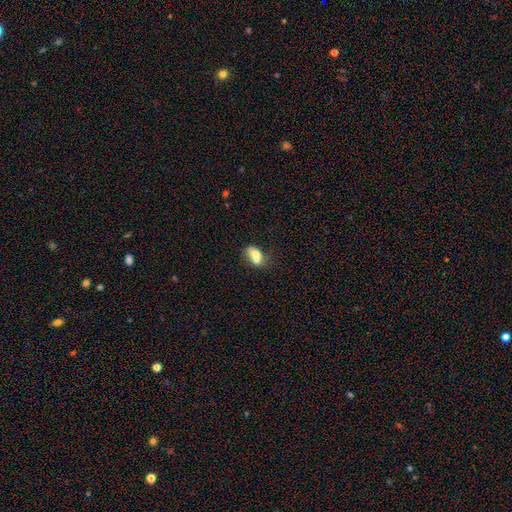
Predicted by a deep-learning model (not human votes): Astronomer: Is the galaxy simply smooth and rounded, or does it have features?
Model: smooth — 67%.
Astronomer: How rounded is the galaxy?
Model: in between — 75%.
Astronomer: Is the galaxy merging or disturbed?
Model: merger — 47% (runner-up: none, 29%).